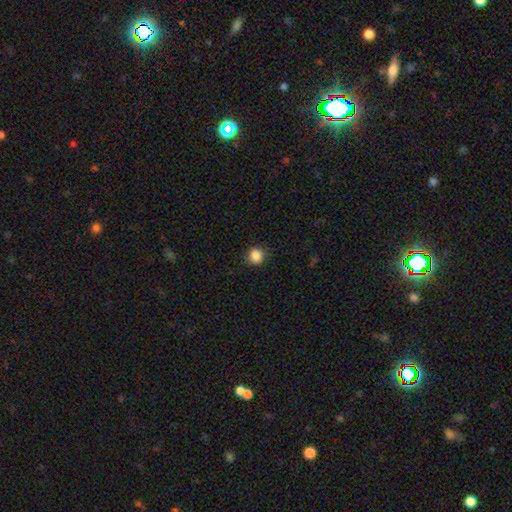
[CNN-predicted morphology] The model was most divided on "how rounded": round: 71%, in between: 27%, cigar-shaped: 1%. More confident: smooth or featured — smooth (85%); merging — none (80%).